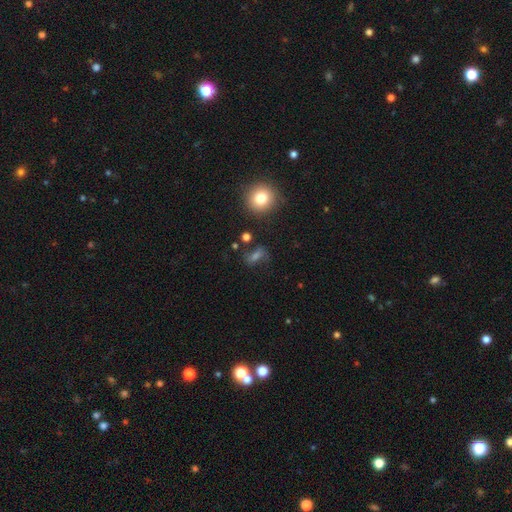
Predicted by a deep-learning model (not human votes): Morphology: type=smooth (44%); merging=none (68%).